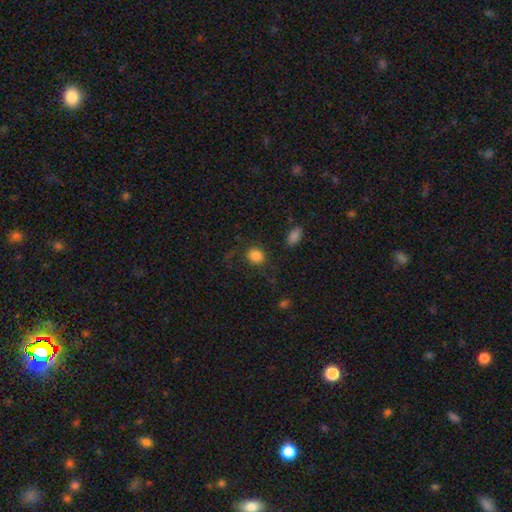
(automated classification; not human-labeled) Smooth or featured? Predicted: smooth (p=0.85). How rounded? Predicted: round (p=0.76). Merging? Predicted: none (p=0.81).